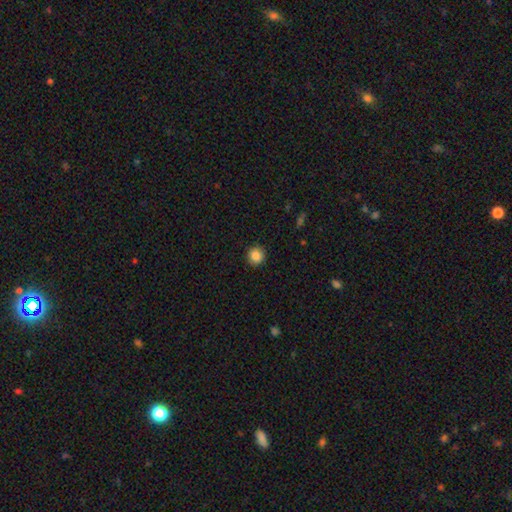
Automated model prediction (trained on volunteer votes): The model was most divided on "smooth or featured": smooth: 86%, star or artifact: 10%, featured or disk: 4%. More confident: how rounded — round (91%); merging — none (91%).